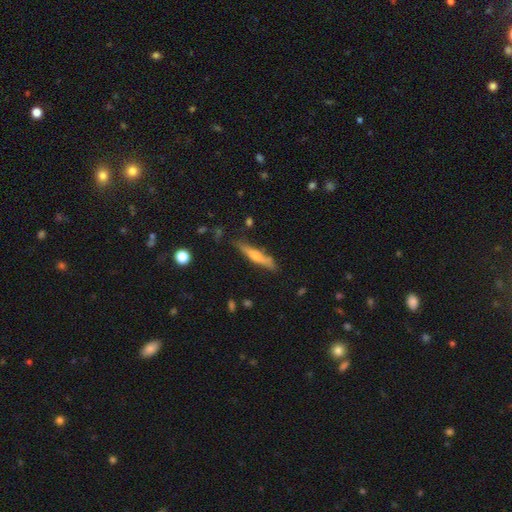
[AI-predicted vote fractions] Smooth or featured? featured or disk (50%)
Merging? none (78%)